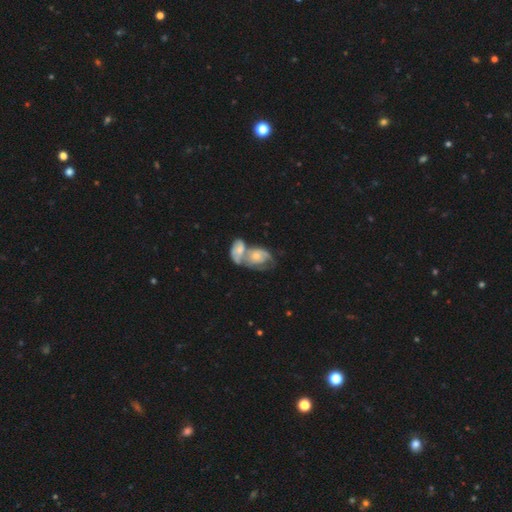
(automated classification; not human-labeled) smooth-or-featured: featured or disk: 61% | smooth: 28% | star or artifact: 10%
  disk-edge-on: no: 95% | yes: 5%
    bar: no: 69% | weak: 24% | strong: 6%
    has-spiral-arms: yes: 75% | no: 25%
    bulge-size: moderate: 49% | small: 40% | large: 4% | none: 4% | dominant: 2%
  merging: merger: 69% | none: 19% | minor disturbance: 7% | major disturbance: 5%